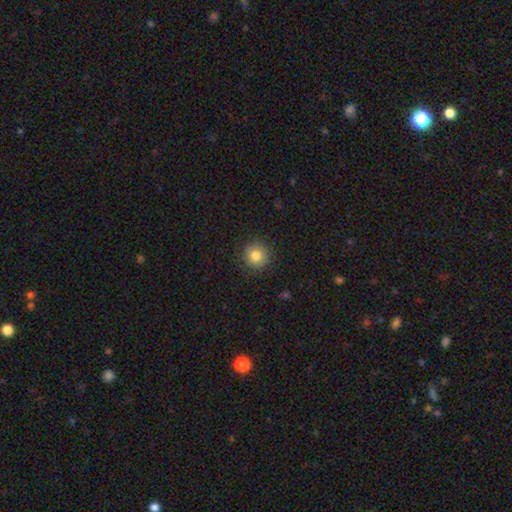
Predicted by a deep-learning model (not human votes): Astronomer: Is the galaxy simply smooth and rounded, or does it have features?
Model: smooth — 82%.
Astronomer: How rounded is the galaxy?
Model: round — 94%.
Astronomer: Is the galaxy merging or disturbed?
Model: none — 90%.